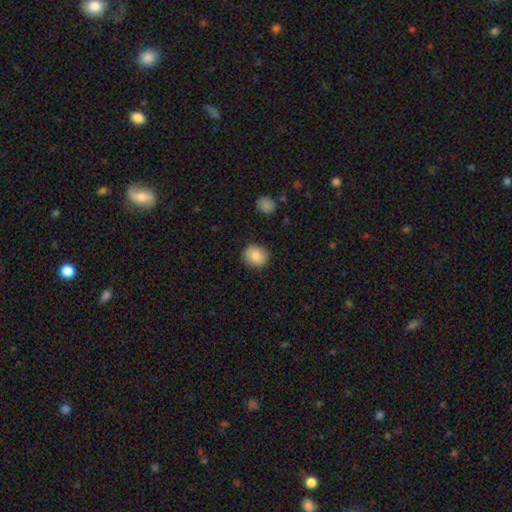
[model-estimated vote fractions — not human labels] Smooth or featured: smooth — 86% (star or artifact — 8%)
How rounded: round — 72% (in between — 27%)
Merging: none — 87% (minor disturbance — 9%)